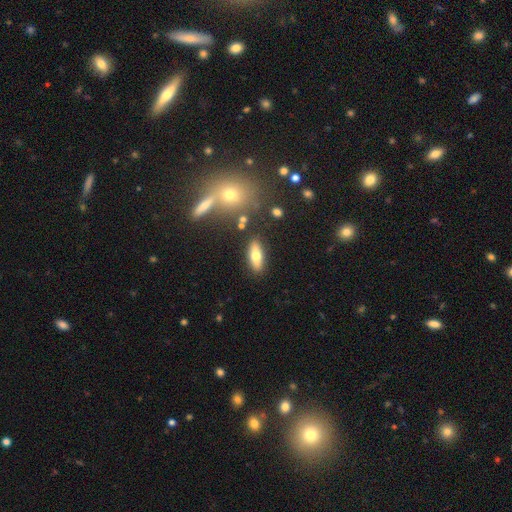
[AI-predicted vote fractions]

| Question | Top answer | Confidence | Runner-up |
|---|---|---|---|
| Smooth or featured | smooth | 65% | featured or disk (27%) |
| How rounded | in between | 65% | cigar-shaped (31%) |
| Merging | none | 85% | minor disturbance (9%) |